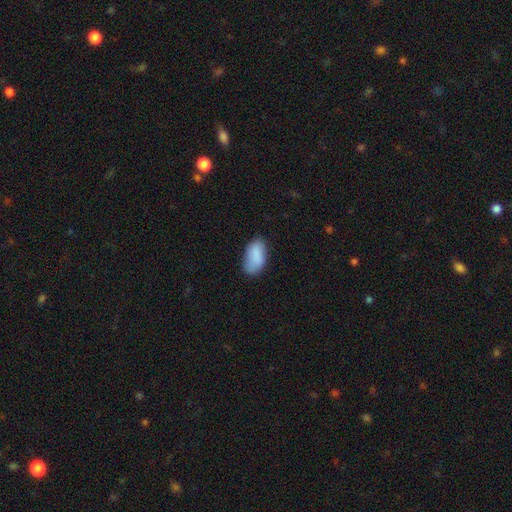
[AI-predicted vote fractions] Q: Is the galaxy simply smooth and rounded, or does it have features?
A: smooth — 85%.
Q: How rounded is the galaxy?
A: in between — 94%.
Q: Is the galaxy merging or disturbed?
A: none — 62%.